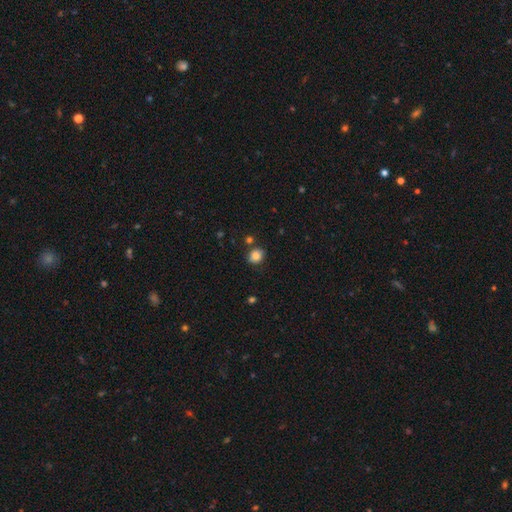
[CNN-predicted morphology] smooth-or-featured: smooth: 83% | star or artifact: 11% | featured or disk: 7%
  how-rounded: round: 67% | in between: 32% | cigar-shaped: 1%
  merging: none: 79% | minor disturbance: 12% | merger: 5% | major disturbance: 3%